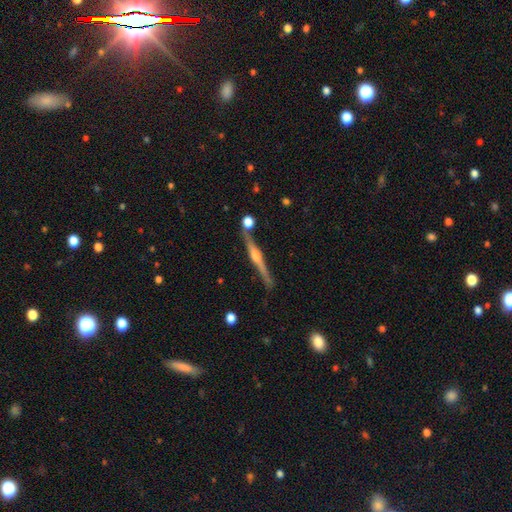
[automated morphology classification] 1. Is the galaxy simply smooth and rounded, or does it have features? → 81% featured or disk, 13% smooth, 6% star or artifact.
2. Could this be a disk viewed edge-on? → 98% yes, 2% no.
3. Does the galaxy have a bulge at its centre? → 87% rounded, 8% boxy, 5% none.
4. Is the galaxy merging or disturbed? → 79% none, 12% minor disturbance, 7% merger, 3% major disturbance.